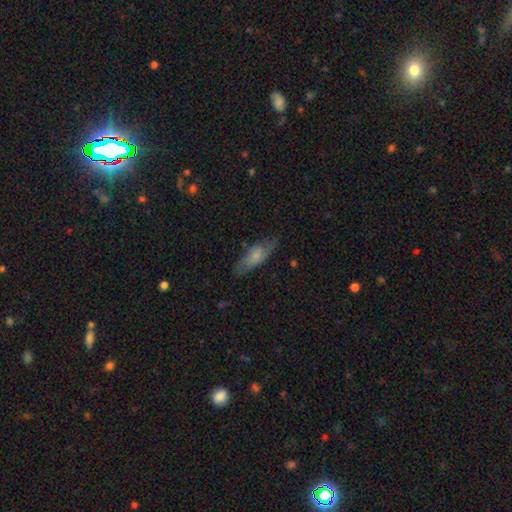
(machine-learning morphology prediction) This appears to be a smooth galaxy with no disk features (57%) that is in between round and cigar-shaped (64%). Merging: none (69%).